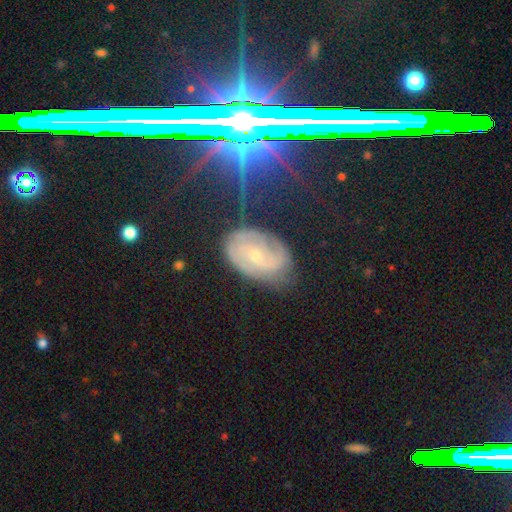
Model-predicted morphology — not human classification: Smooth or featured? Predicted: featured or disk (p=0.69). Edge-on disk? Predicted: no (p=0.94). Bar? Predicted: no (p=0.54). Spiral arms? Predicted: yes (p=0.89). Spiral winding? Predicted: tight (p=0.57). Spiral arm count? Predicted: 2 (p=0.38). Bulge size? Predicted: small (p=0.66). Merging? Predicted: none (p=0.71).